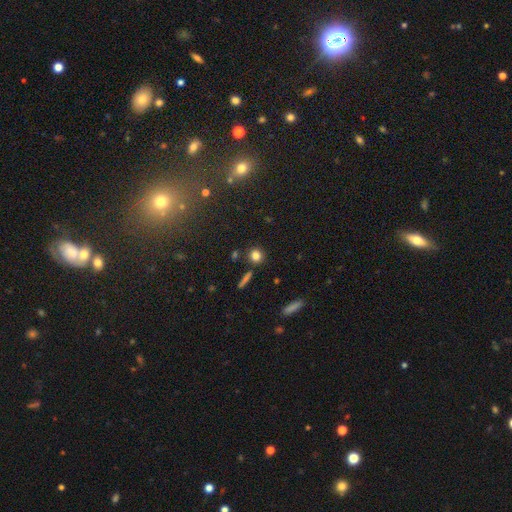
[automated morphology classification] type=smooth (80%); roundness=round (87%); merging=none (84%).